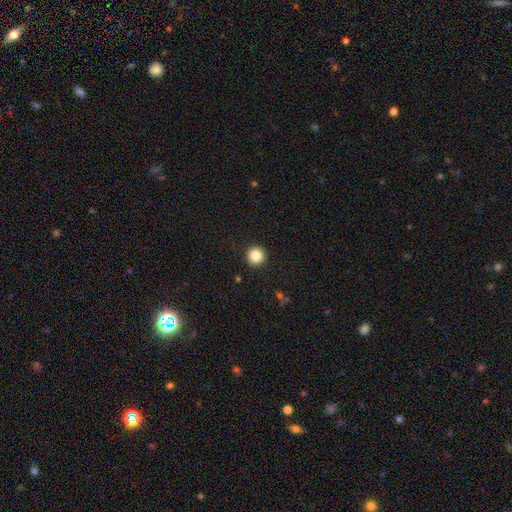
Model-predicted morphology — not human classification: This appears to be a smooth galaxy with no disk features (86%) that is round (95%). Merging: none (92%).